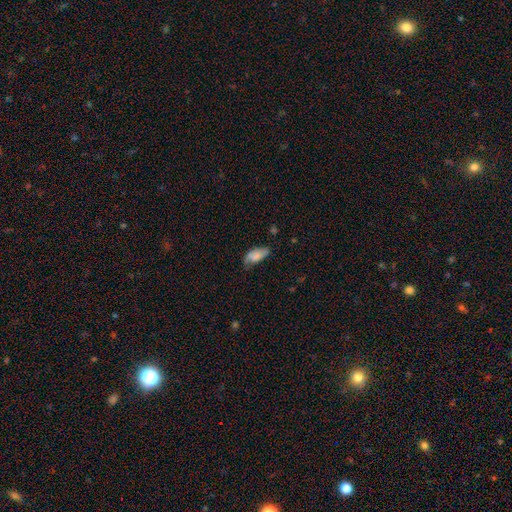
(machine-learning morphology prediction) Smooth or featured: smooth — 73% (featured or disk — 20%)
How rounded: in between — 88% (cigar-shaped — 9%)
Merging: none — 47% (minor disturbance — 36%)